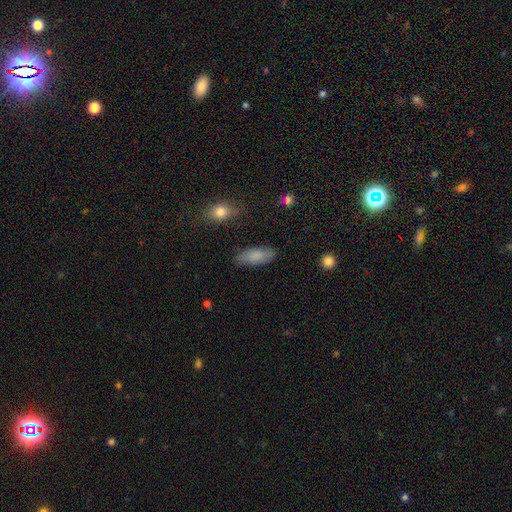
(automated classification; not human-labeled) Smooth or featured? Predicted: smooth (p=0.82). How rounded? Predicted: in between (p=0.77). Merging? Predicted: none (p=0.83).